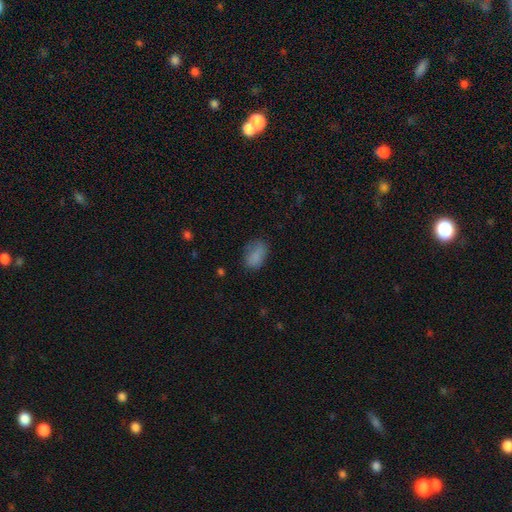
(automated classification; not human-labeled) Smooth or featured: smooth — 82% (star or artifact — 10%)
How rounded: in between — 84% (round — 14%)
Merging: none — 63% (minor disturbance — 25%)